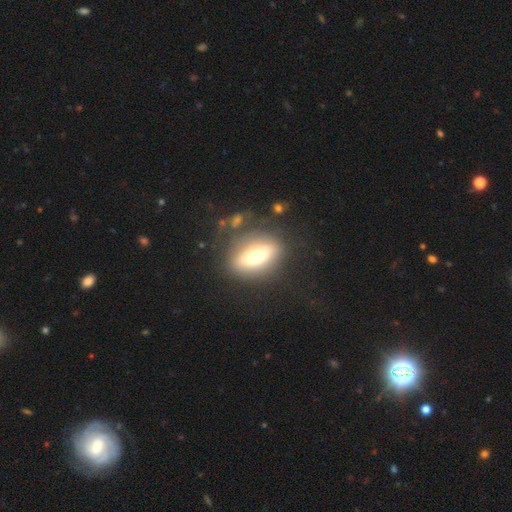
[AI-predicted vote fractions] Smooth or featured?
  - smooth: 60% *
  - featured or disk: 31%
  - star or artifact: 9%
How rounded?
  - in between: 74% *
  - round: 15%
  - cigar-shaped: 11%
Merging?
  - none: 73% *
  - minor disturbance: 13%
  - major disturbance: 9%
  - merger: 4%